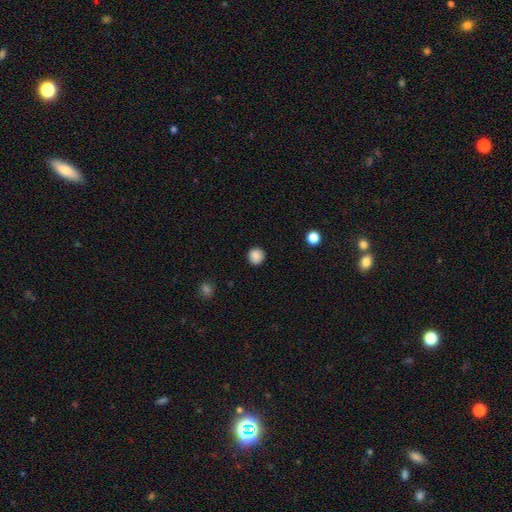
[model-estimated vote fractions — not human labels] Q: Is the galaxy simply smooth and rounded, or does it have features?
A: smooth — 87%.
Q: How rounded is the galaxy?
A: round — 94%.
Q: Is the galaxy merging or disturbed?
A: none — 91%.